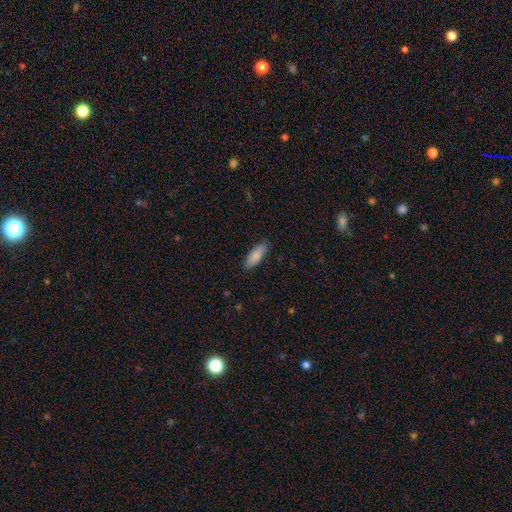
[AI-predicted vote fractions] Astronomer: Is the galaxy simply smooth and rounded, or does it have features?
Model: smooth — 86%.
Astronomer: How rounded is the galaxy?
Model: in between — 59% (runner-up: cigar-shaped, 40%).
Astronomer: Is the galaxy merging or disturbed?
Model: none — 87%.